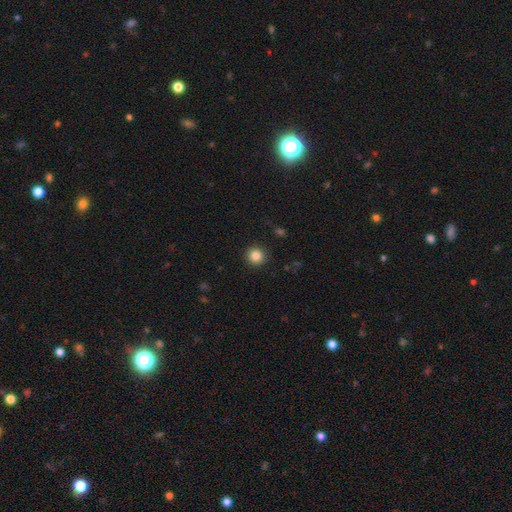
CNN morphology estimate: smooth 85%, star or artifact 11%, featured or disk 4%. Down the decision tree: how rounded — round (94%); merging — none (91%).